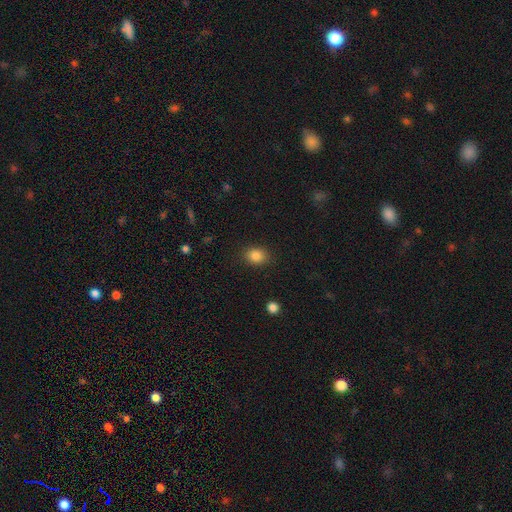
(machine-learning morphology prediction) type=smooth (85%); roundness=in between (50%); merging=none (87%).